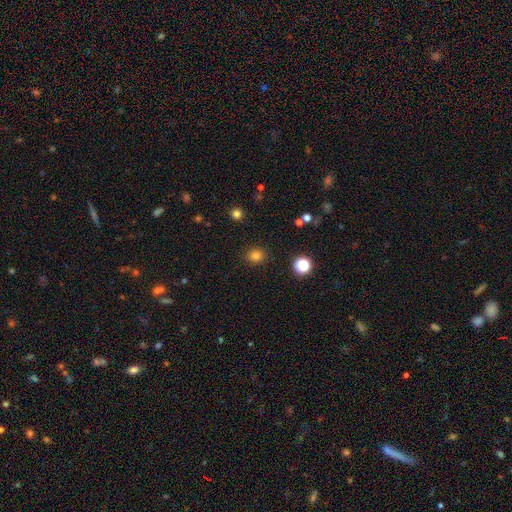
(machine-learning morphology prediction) A smooth galaxy with no disk features (81%) that is round (76%).

Vote fractions:
- Smooth or featured? smooth: 81% / star or artifact: 15% / featured or disk: 5%
- How rounded? round: 76% / in between: 23% / cigar-shaped: 1%
- Merging? none: 88% / minor disturbance: 8% / major disturbance: 3% / merger: 1%